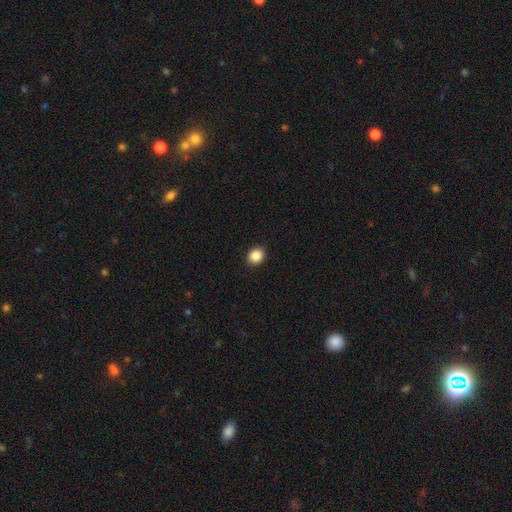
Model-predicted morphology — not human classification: Smooth or featured?
  - smooth: 87% *
  - star or artifact: 10%
  - featured or disk: 4%
How rounded?
  - round: 72% *
  - in between: 28%
  - cigar-shaped: 1%
Merging?
  - none: 92% *
  - minor disturbance: 6%
  - major disturbance: 2%
  - merger: 1%